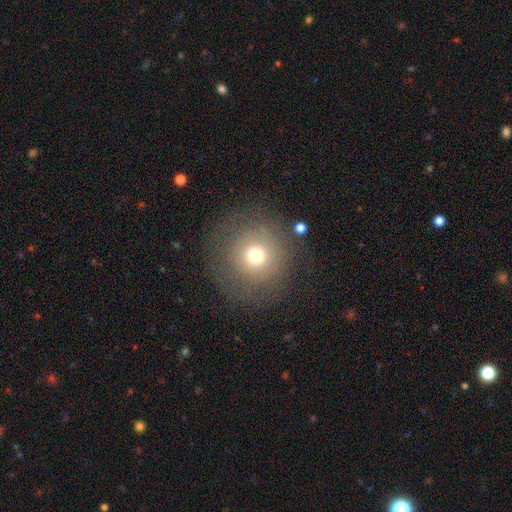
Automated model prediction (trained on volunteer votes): Smooth or featured? Predicted: smooth (p=0.66). How rounded? Predicted: round (p=0.95). Merging? Predicted: none (p=0.78).